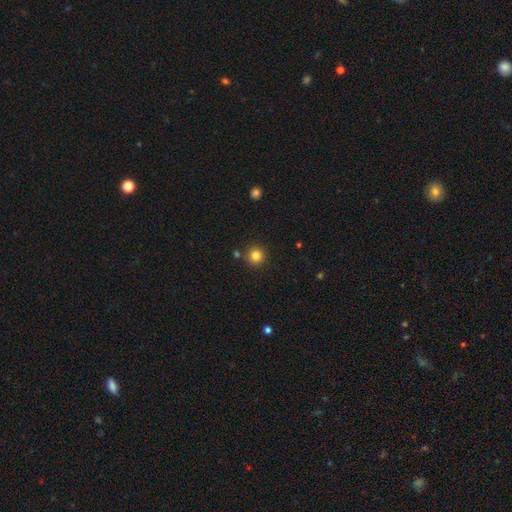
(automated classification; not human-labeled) A smooth galaxy with no disk features (83%) that is round (95%).

Vote fractions:
- Smooth or featured? smooth: 83% / star or artifact: 12% / featured or disk: 5%
- How rounded? round: 95% / in between: 4% / cigar-shaped: 1%
- Merging? none: 87% / minor disturbance: 6% / merger: 5% / major disturbance: 2%